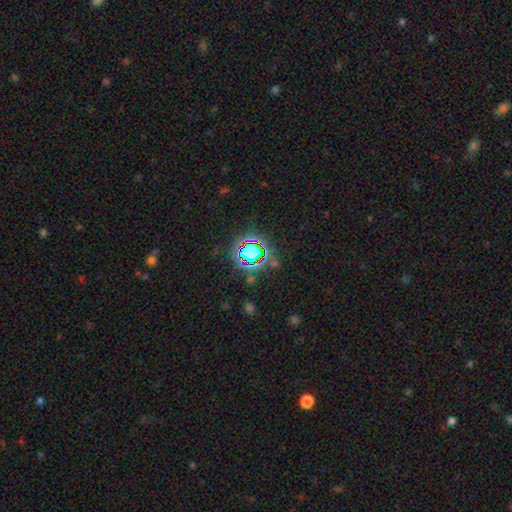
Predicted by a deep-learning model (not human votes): Morphology: type=star or artifact (75%).